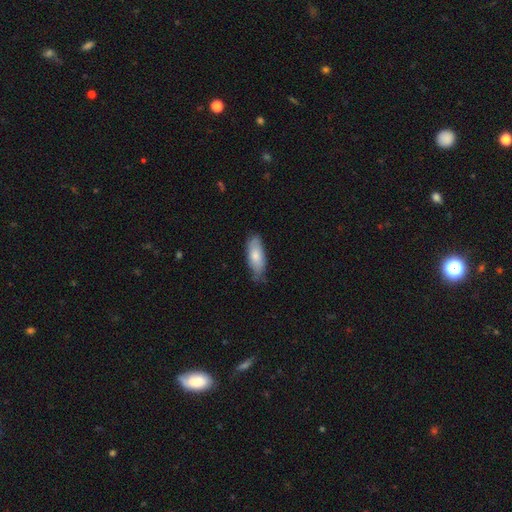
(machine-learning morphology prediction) This is likely a smooth galaxy (76%). How rounded: likely in between (77%). Merging: likely none (62%).